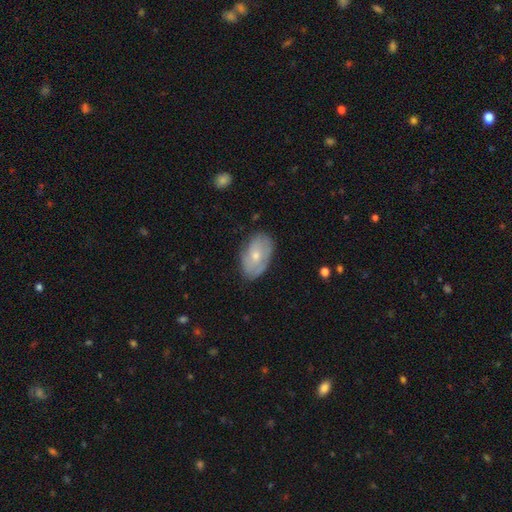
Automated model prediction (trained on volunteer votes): smooth_or_featured: smooth (p=0.48) [alt: featured or disk p=0.46]
merging: none (p=0.71) [alt: minor disturbance p=0.22]